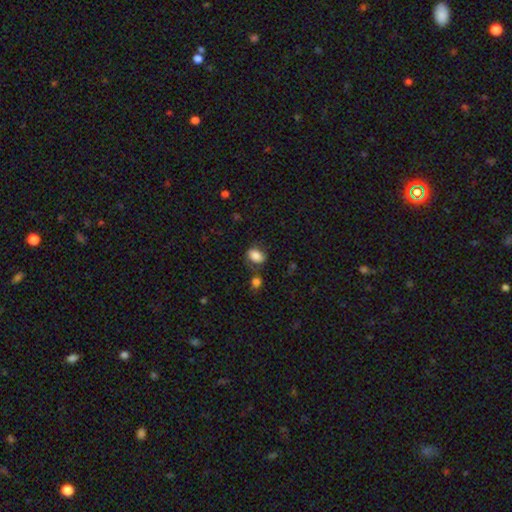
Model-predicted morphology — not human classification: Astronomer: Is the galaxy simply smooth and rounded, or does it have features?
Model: smooth — 81%.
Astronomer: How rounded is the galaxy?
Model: in between — 77%.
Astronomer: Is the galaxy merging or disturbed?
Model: none — 64%.